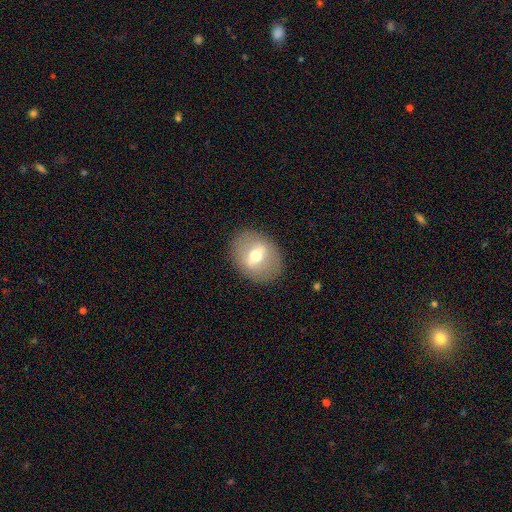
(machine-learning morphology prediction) Q: Smooth or featured?
A: smooth (47%); runner-up: featured or disk (45%)
Q: Merging?
A: none (86%); runner-up: minor disturbance (9%)